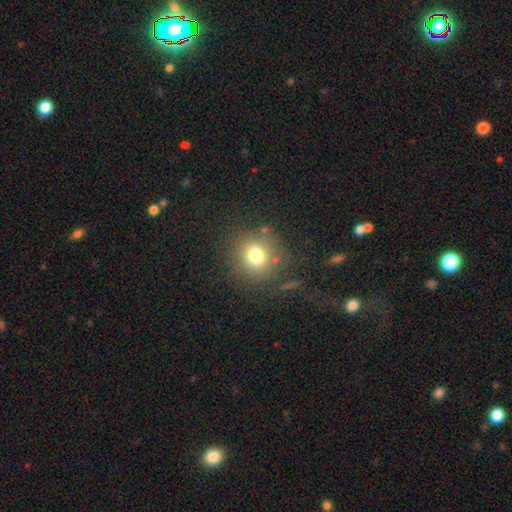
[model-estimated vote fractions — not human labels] Overall: smooth (74%). How rounded: round (89%). Merging: none (81%).